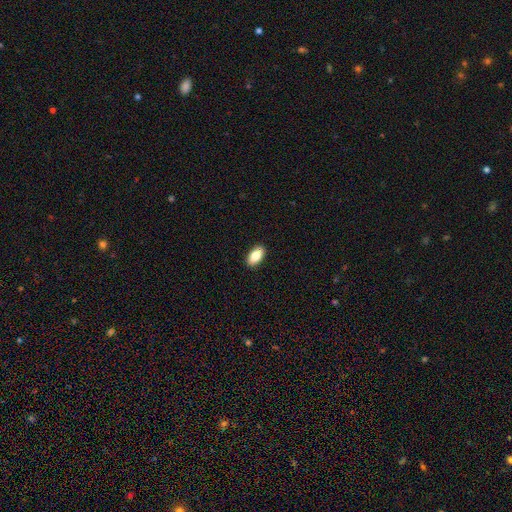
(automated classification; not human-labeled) Smooth or featured? Predicted: smooth (p=0.83). How rounded? Predicted: in between (p=0.91). Merging? Predicted: none (p=0.90).